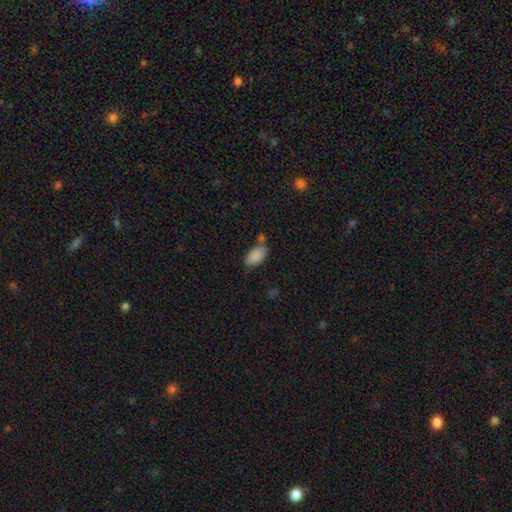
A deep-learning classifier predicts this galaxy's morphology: smooth_or_featured: smooth (p=0.88) [alt: star or artifact p=0.07]
how_rounded: in between (p=0.94) [alt: round p=0.03]
merging: none (p=0.64) [alt: minor disturbance p=0.19]